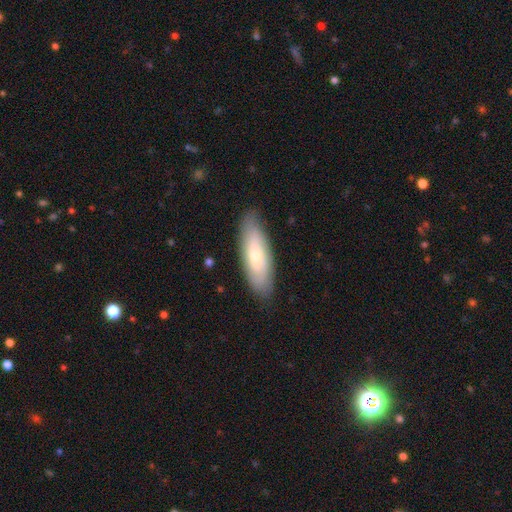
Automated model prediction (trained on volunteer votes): smooth 57%, featured or disk 37%, star or artifact 6%. Down the decision tree: how rounded — in between (59%); merging — none (85%).